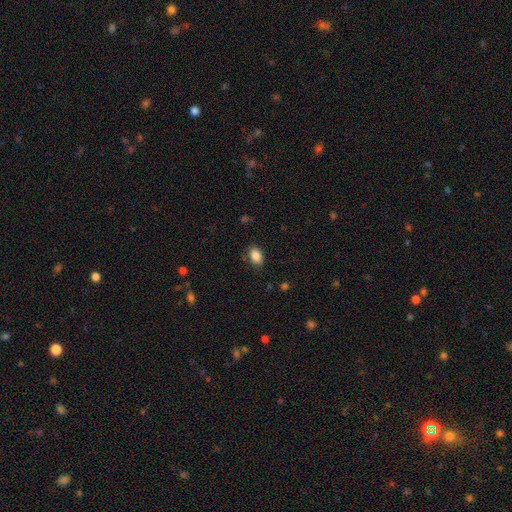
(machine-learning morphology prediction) A smooth galaxy with no disk features (87%) that is in between round and cigar-shaped (83%).

Vote fractions:
- Smooth or featured? smooth: 87% / star or artifact: 8% / featured or disk: 5%
- How rounded? in between: 83% / round: 16% / cigar-shaped: 1%
- Merging? none: 82% / minor disturbance: 13% / major disturbance: 3% / merger: 1%